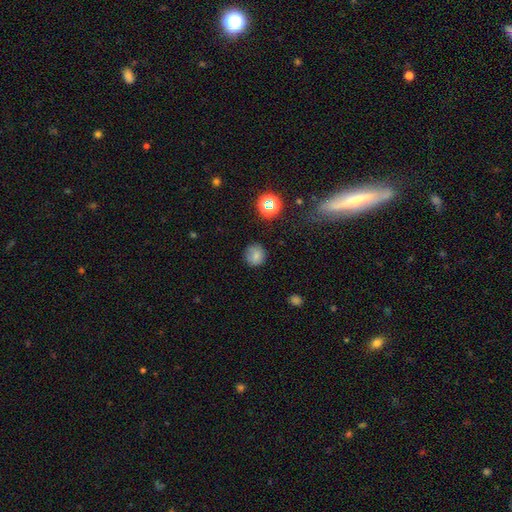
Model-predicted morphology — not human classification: A smooth galaxy with no disk features (76%) that is round (89%). Merging: none (80%).